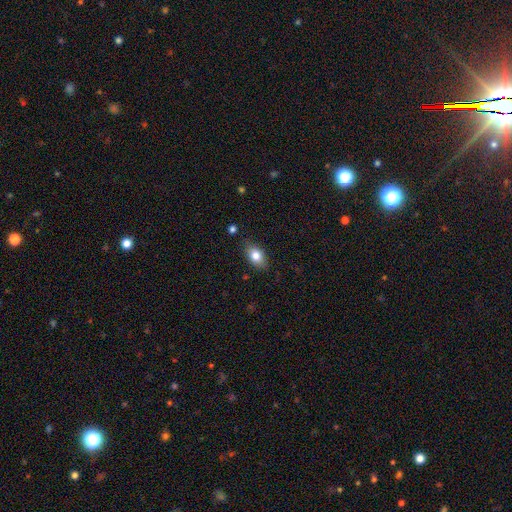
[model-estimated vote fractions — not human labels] A smooth galaxy with no disk features (80%) that is in between round and cigar-shaped (85%). Merging: none (82%).